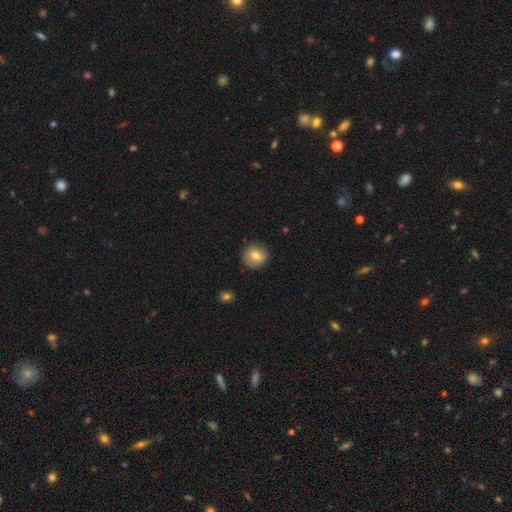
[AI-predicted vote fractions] This appears to be a smooth galaxy with no disk features (76%) that is round (90%). Merging: none (87%).